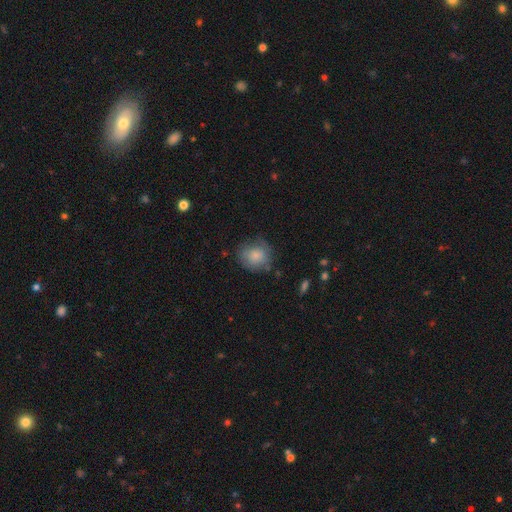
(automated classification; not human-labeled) Smooth or featured? smooth (81%)
How rounded? round (75%)
Merging? none (65%)